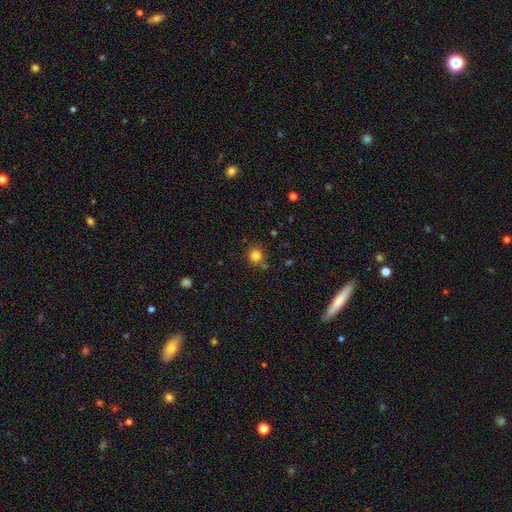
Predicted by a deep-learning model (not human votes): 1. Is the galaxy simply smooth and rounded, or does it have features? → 81% smooth, 13% star or artifact, 6% featured or disk.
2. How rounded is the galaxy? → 89% round, 10% in between, 1% cigar-shaped.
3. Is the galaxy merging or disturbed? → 81% none, 10% minor disturbance, 6% merger, 3% major disturbance.